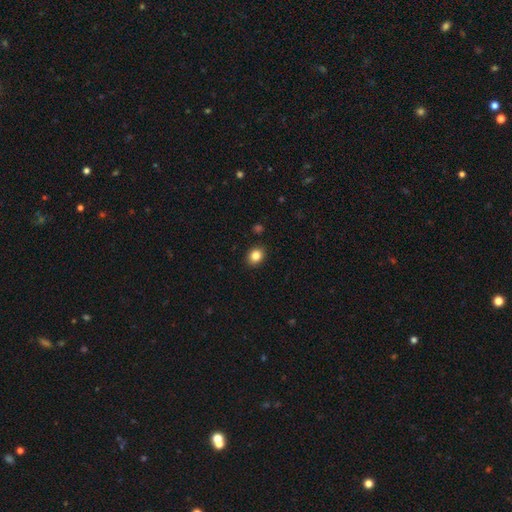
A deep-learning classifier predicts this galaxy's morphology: This is clearly a smooth galaxy (84%). How rounded: possibly round (54%). Merging: clearly none (90%).